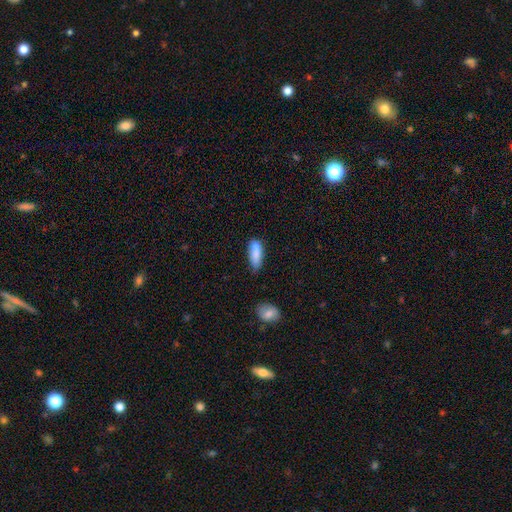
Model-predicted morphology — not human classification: type=smooth (83%); roundness=in between (60%); merging=none (56%).